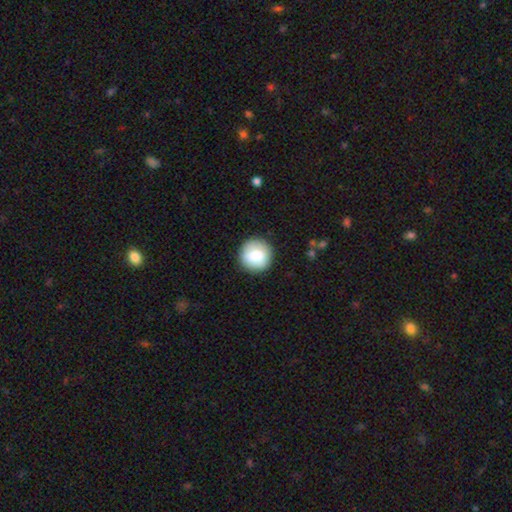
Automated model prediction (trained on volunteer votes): A smooth galaxy with no disk features (81%) that is round (93%). Merging: none (88%).